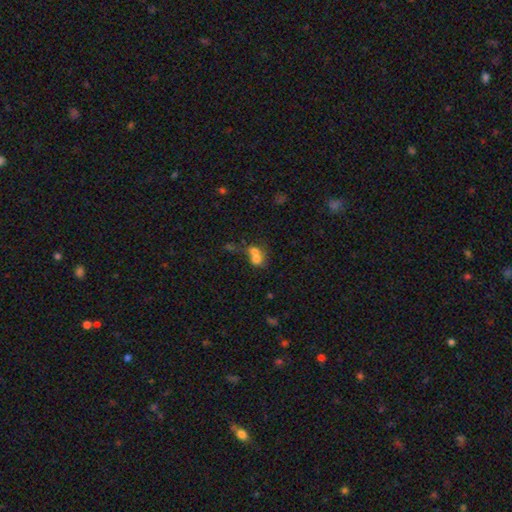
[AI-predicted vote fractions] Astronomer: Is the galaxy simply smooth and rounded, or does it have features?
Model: smooth — 68%.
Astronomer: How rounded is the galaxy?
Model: round — 58% (runner-up: in between, 41%).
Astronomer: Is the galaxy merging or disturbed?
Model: merger — 71%.